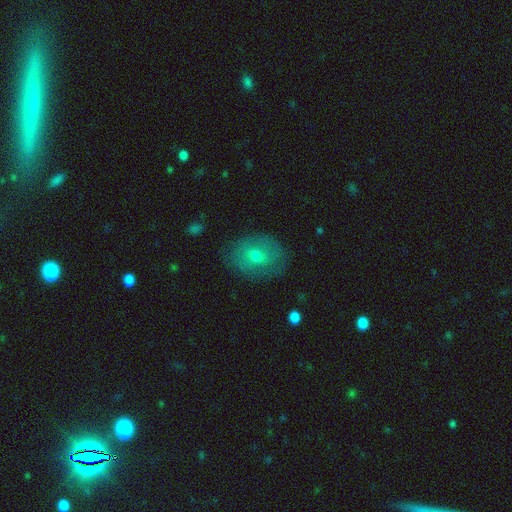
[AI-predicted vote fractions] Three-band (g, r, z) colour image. It shows a smooth galaxy with no disk features (51%) that is in between round and cigar-shaped (56%). Merging: none (77%).